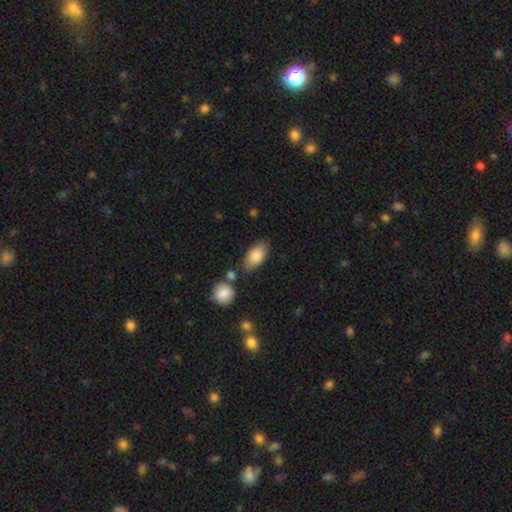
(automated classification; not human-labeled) Smooth or featured? Predicted: smooth (p=0.83). How rounded? Predicted: in between (p=0.90). Merging? Predicted: none (p=0.71).